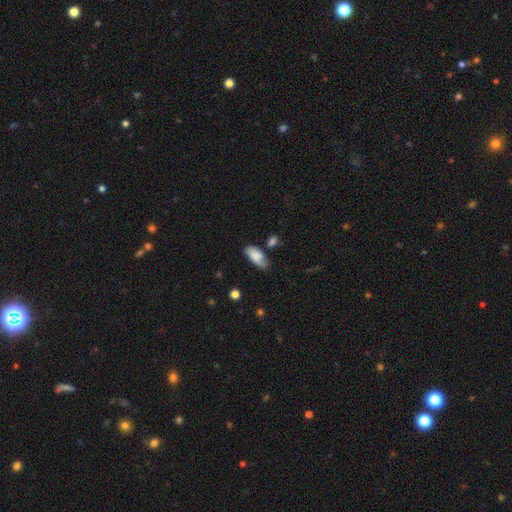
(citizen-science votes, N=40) Smooth or featured?
  - smooth: 75% *
  - featured or disk: 15%
  - star or artifact: 10%
How rounded?
  - in between: 93% *
  - cigar-shaped: 7%
  - round: 0%
Merging?
  - none: 47% *
  - minor disturbance: 42%
  - merger: 8%
  - major disturbance: 3%